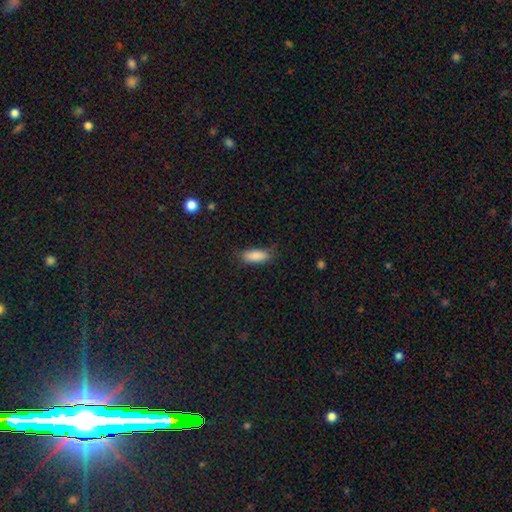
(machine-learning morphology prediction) Smooth or featured: smooth — 87% (star or artifact — 7%)
How rounded: in between — 77% (cigar-shaped — 21%)
Merging: none — 76% (minor disturbance — 18%)